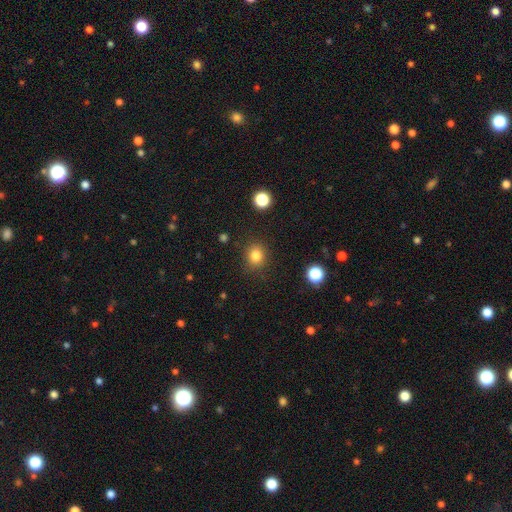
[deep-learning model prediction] Smooth or featured? Predicted: smooth (p=0.82). How rounded? Predicted: round (p=0.76). Merging? Predicted: none (p=0.87).